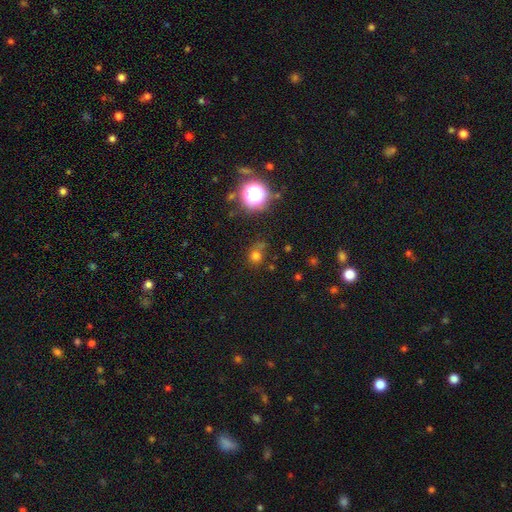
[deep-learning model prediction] Smooth or featured: smooth — 67% (star or artifact — 26%)
How rounded: round — 80% (in between — 19%)
Merging: none — 63% (minor disturbance — 18%)